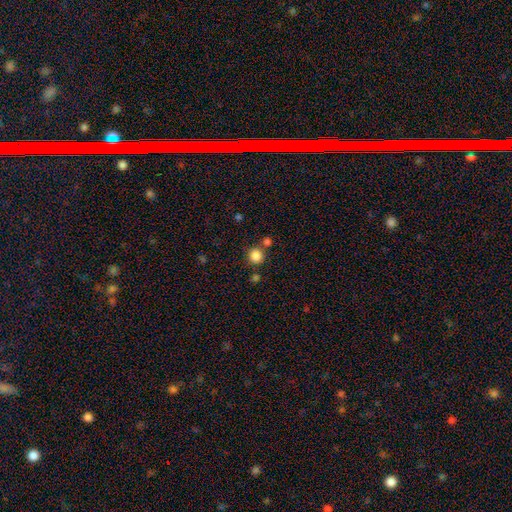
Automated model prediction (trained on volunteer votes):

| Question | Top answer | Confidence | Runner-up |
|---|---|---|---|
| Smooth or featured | smooth | 85% | star or artifact (11%) |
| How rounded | round | 91% | in between (8%) |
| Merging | none | 76% | merger (13%) |